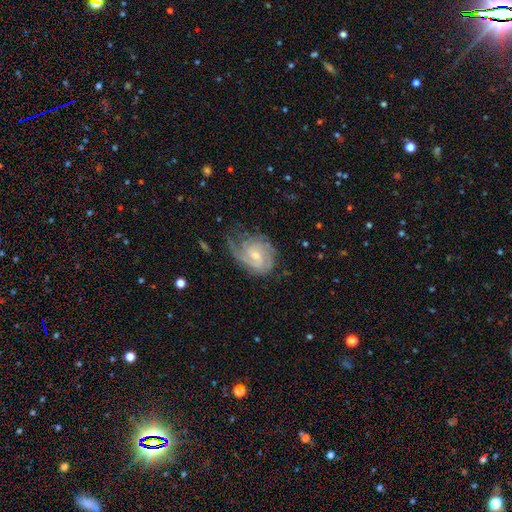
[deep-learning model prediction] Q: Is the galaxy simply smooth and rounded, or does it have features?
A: featured or disk — 82%.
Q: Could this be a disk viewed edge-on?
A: no — 97%.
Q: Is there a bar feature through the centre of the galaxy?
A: weak — 50%.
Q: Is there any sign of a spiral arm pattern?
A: yes — 93%.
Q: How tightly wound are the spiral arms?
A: tight — 52%.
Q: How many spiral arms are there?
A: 2 — 40%.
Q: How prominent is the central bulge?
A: small — 47%, tied with moderate.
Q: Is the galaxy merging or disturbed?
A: none — 48%.